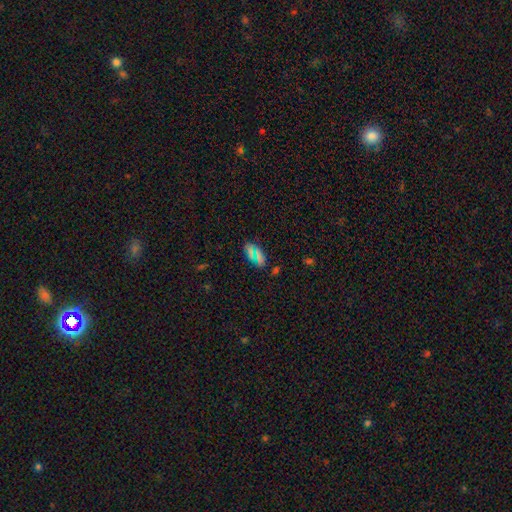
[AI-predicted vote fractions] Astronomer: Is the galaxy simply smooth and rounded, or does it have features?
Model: smooth — 63%.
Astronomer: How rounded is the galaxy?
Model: in between — 83%.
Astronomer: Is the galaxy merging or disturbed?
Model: none — 75%.